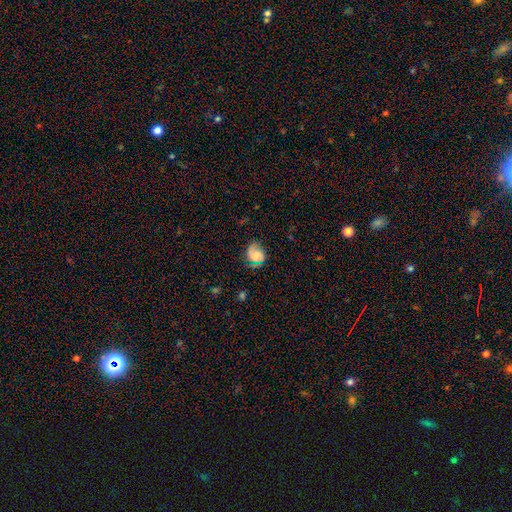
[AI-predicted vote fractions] Smooth or featured?
  - smooth: 50% *
  - featured or disk: 39%
  - star or artifact: 10%
How rounded?
  - round: 57% *
  - in between: 42%
  - cigar-shaped: 1%
Merging?
  - none: 62% *
  - minor disturbance: 25%
  - major disturbance: 11%
  - merger: 2%